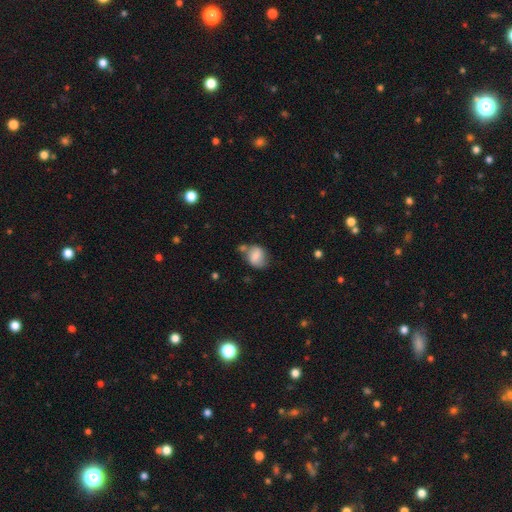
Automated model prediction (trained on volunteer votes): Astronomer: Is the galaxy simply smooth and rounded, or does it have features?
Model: smooth — 72%.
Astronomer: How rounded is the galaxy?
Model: round — 55% (runner-up: in between, 43%).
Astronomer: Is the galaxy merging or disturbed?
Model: none — 50%.